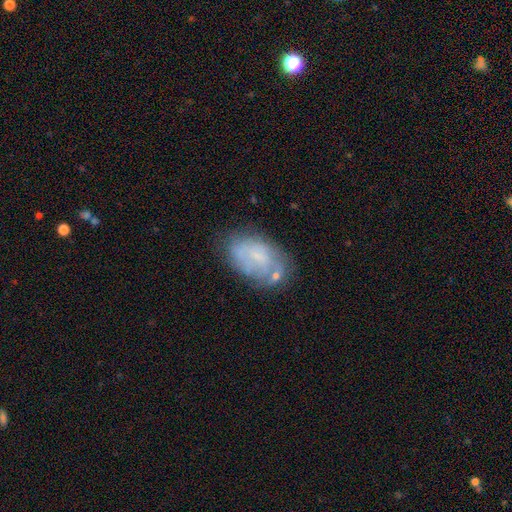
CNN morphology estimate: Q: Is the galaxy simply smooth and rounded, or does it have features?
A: featured or disk — 46%.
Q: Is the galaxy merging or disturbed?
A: none — 57%.